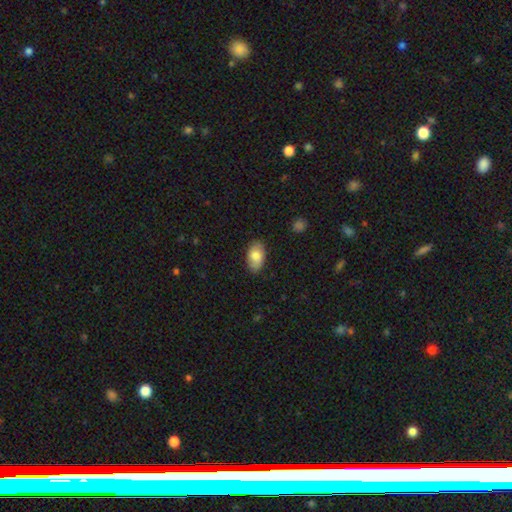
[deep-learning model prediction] A smooth galaxy with no disk features (81%) that is in between round and cigar-shaped (93%). Merging: none (82%).